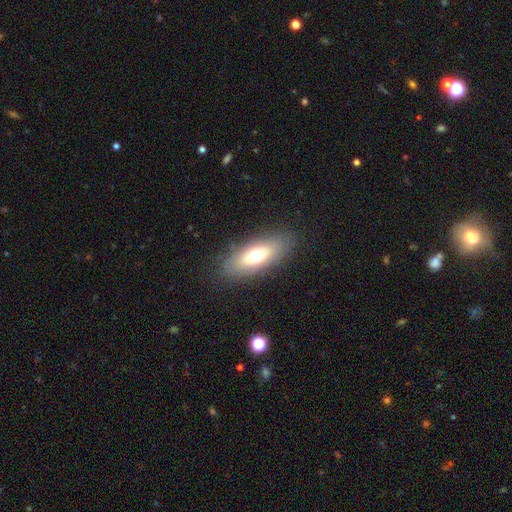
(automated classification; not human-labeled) A smooth galaxy with no disk features (66%) that is in between round and cigar-shaped (73%). Merging: none (84%).